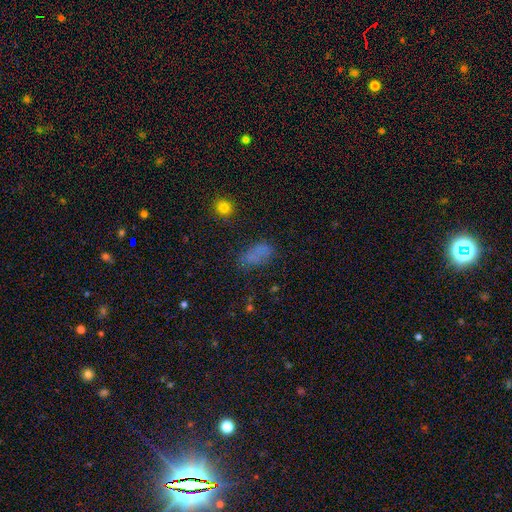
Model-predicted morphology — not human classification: Smooth or featured? smooth (65%)
How rounded? in between (87%)
Merging? none (60%)